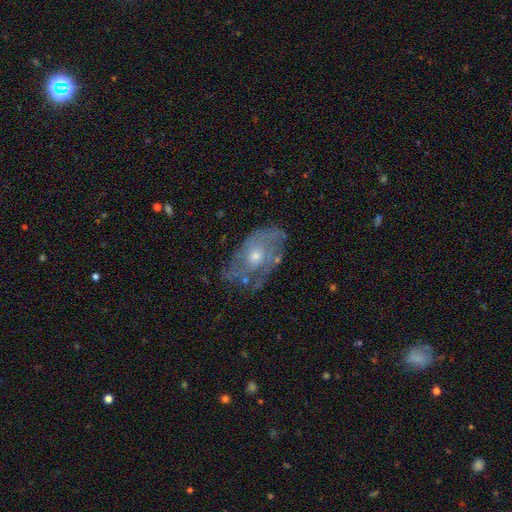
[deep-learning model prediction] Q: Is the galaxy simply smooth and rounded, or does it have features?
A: featured or disk — 72%.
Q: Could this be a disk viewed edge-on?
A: no — 94%.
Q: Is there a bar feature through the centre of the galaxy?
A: no — 81%.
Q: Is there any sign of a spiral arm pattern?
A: yes — 72%.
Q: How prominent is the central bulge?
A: moderate — 53%.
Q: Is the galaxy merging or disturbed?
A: none — 58%.